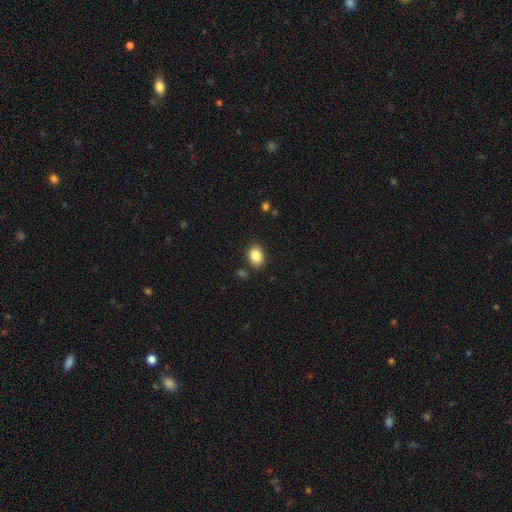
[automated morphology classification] This is clearly a smooth galaxy (86%). How rounded: likely in between (72%). Merging: clearly none (86%).